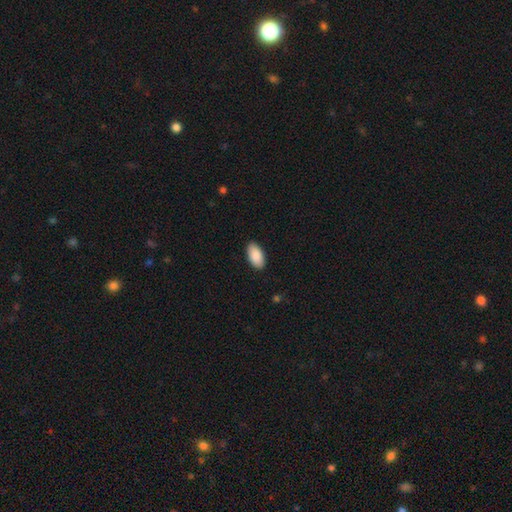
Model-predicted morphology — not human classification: Smooth or featured? smooth (90%)
How rounded? in between (96%)
Merging? none (89%)